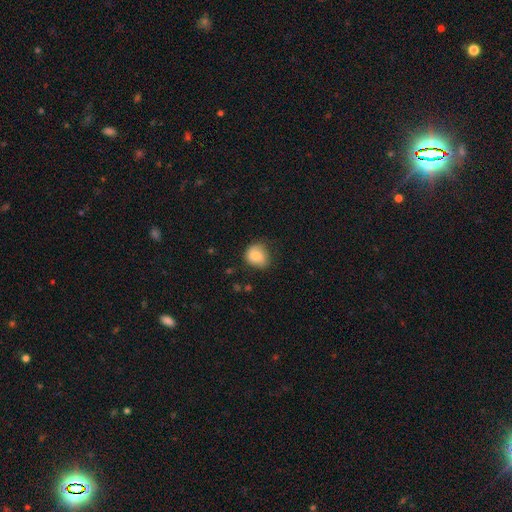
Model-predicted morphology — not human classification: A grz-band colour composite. It shows a smooth galaxy with no disk features (79%) that is round (70%). Merging: none (62%).